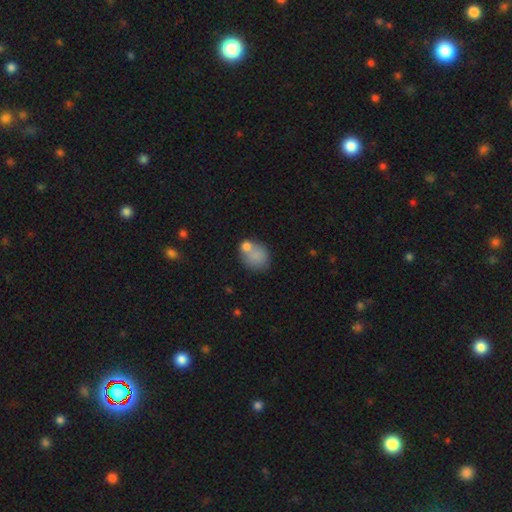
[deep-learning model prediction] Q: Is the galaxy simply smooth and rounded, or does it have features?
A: smooth — 79%.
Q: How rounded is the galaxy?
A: round — 61%.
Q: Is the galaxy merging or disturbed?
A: none — 47%.